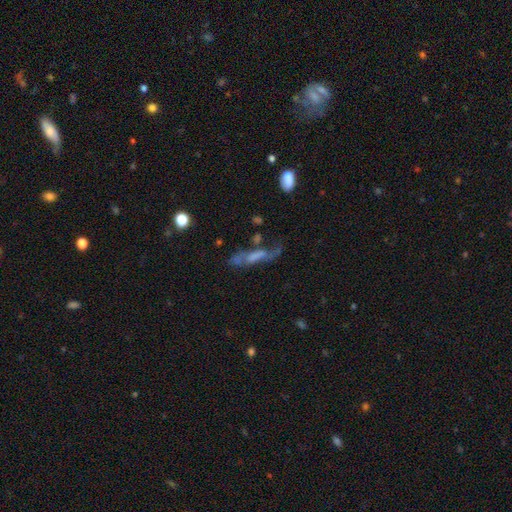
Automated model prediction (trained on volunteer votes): smooth_or_featured: featured or disk (p=0.46) [alt: smooth p=0.40]
merging: none (p=0.34) [alt: major disturbance p=0.32]